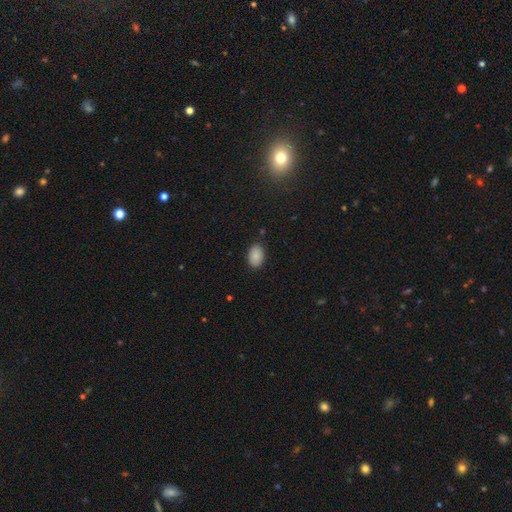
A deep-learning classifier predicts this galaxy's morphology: This is clearly a smooth galaxy (87%). How rounded: clearly in between (88%). Merging: clearly none (85%).